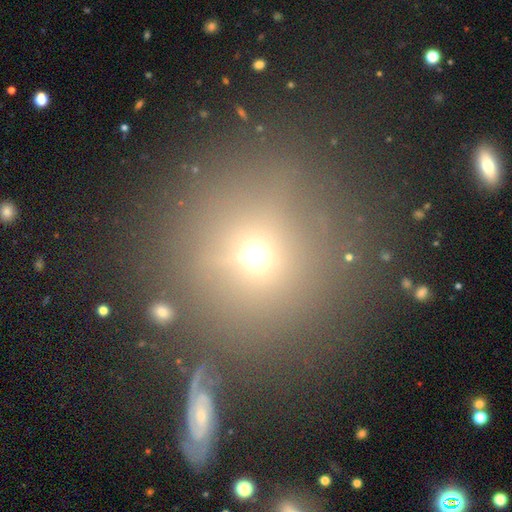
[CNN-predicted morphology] A smooth galaxy with no disk features (58%) that is round (92%).

Vote fractions:
- Smooth or featured? smooth: 58% / star or artifact: 28% / featured or disk: 14%
- How rounded? round: 92% / in between: 6% / cigar-shaped: 1%
- Merging? none: 76% / minor disturbance: 9% / merger: 9% / major disturbance: 5%